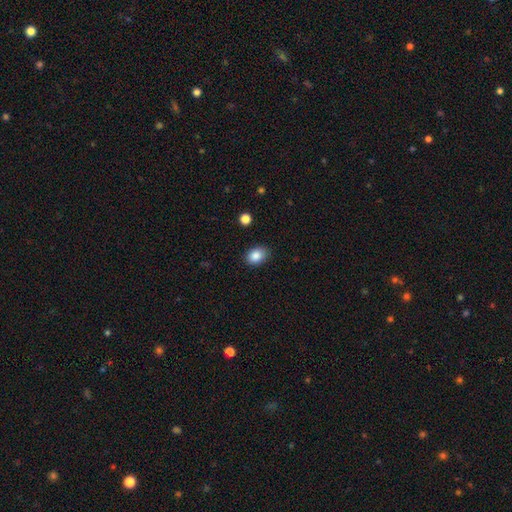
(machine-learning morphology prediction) Smooth or featured? Predicted: smooth (p=0.87). How rounded? Predicted: in between (p=0.68). Merging? Predicted: none (p=0.86).